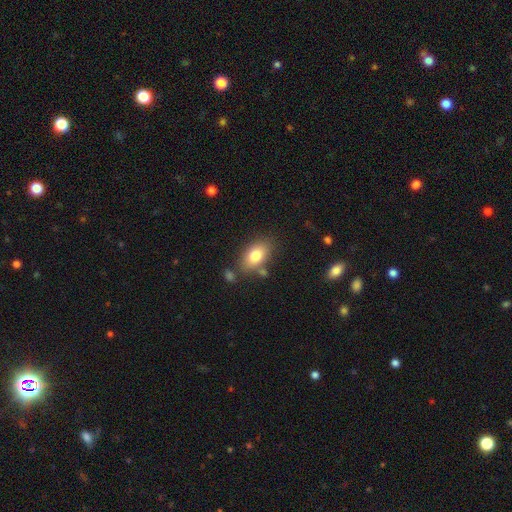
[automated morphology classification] A smooth galaxy with no disk features (79%) that is in between round and cigar-shaped (87%).

Vote fractions:
- Smooth or featured? smooth: 79% / featured or disk: 13% / star or artifact: 8%
- How rounded? in between: 87% / round: 10% / cigar-shaped: 2%
- Merging? none: 73% / minor disturbance: 15% / merger: 9% / major disturbance: 4%